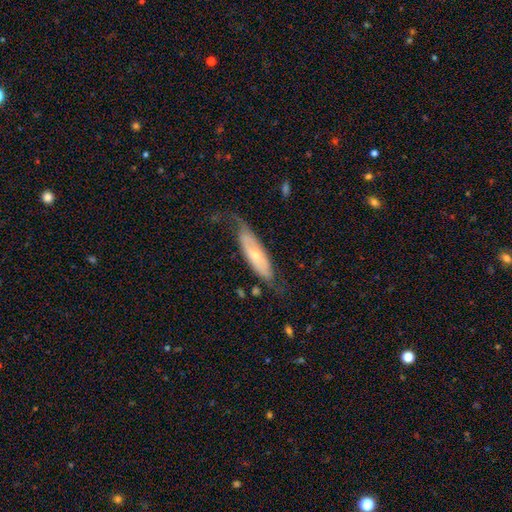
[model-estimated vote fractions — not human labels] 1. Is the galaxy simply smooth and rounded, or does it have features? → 62% featured or disk, 32% smooth, 7% star or artifact.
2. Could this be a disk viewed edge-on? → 72% no, 28% yes.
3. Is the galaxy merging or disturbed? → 56% none, 25% minor disturbance, 18% major disturbance, 2% merger.